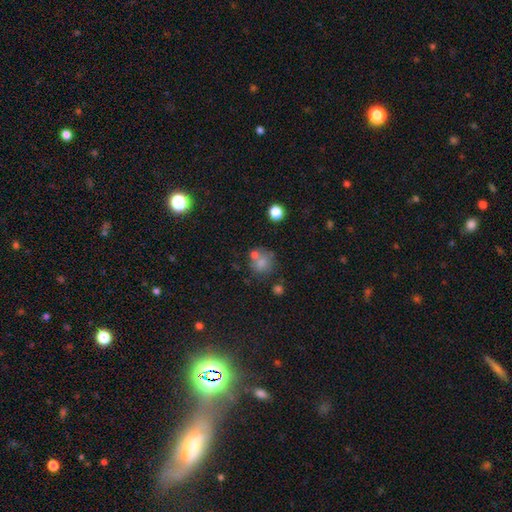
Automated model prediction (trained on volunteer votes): This is likely a smooth galaxy (63%). How rounded: clearly round (82%). Merging: possibly none (57%).